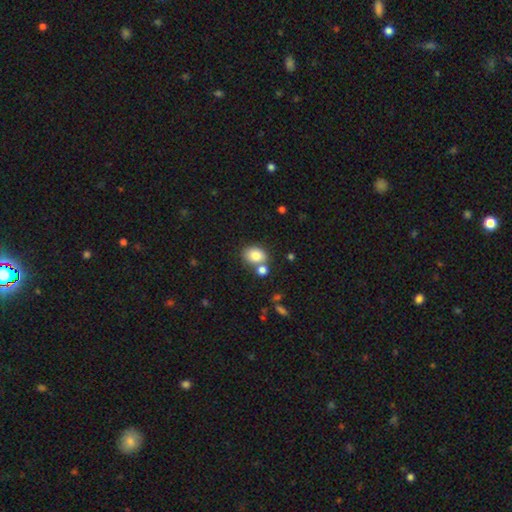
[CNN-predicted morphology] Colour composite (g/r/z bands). It shows a smooth galaxy with no disk features (83%) that is in between round and cigar-shaped (62%). Merging: none (59%).